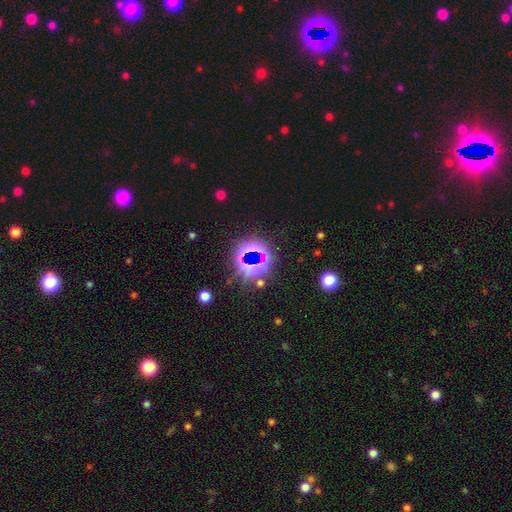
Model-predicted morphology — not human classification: A star or artifact, not a galaxy (78%).

Vote fractions:
- Smooth or featured? star or artifact: 78% / smooth: 14% / featured or disk: 8%